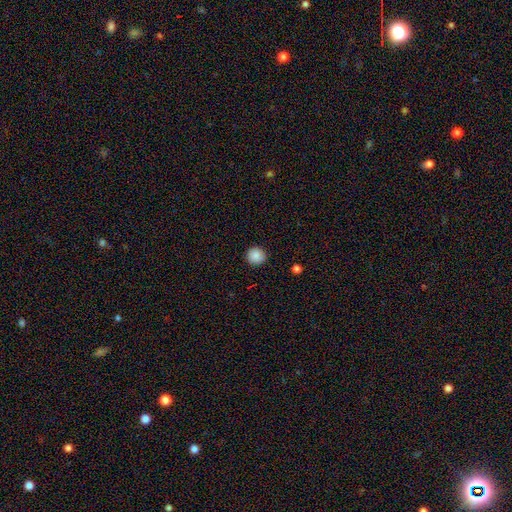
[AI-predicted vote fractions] Smooth or featured: smooth — 88% (star or artifact — 9%)
How rounded: round — 92% (in between — 7%)
Merging: none — 90% (minor disturbance — 7%)